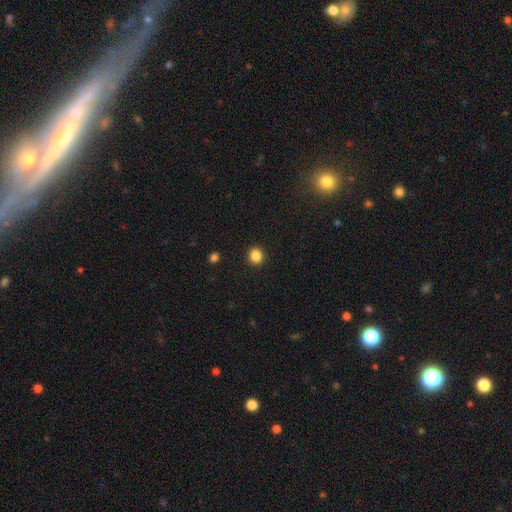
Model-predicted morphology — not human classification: smooth 86%, star or artifact 11%, featured or disk 3%. Down the decision tree: how rounded — round (87%); merging — none (92%).